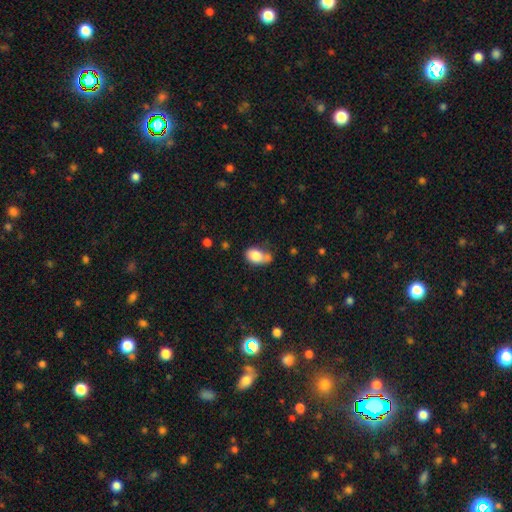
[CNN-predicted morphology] Smooth or featured? Predicted: smooth (p=0.81). How rounded? Predicted: in between (p=0.81). Merging? Predicted: none (p=0.40).